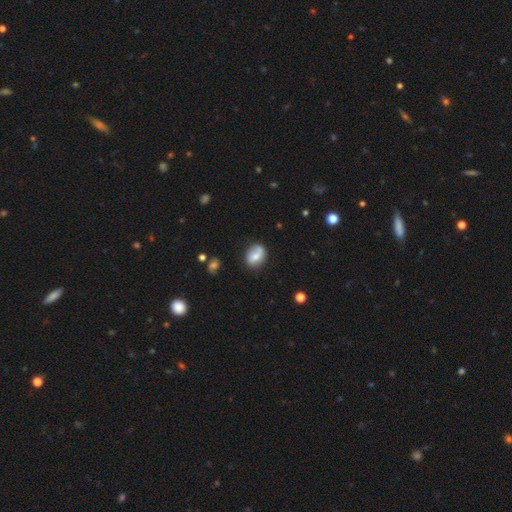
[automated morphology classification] This is possibly a smooth galaxy (59%). How rounded: likely in between (62%). Merging: likely none (62%).